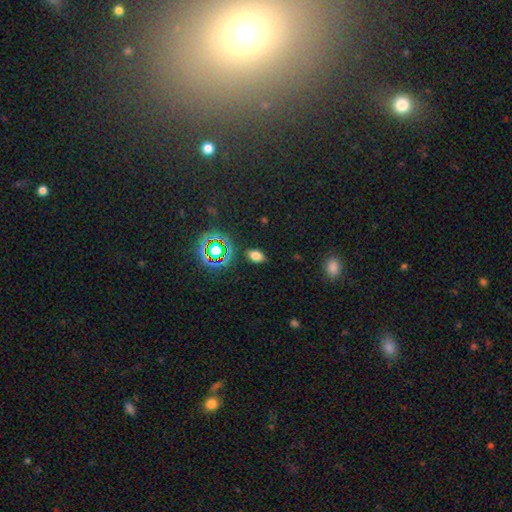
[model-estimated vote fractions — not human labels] This appears to be a smooth galaxy with no disk features (68%) that is in between round and cigar-shaped (88%). Merging: none (86%).